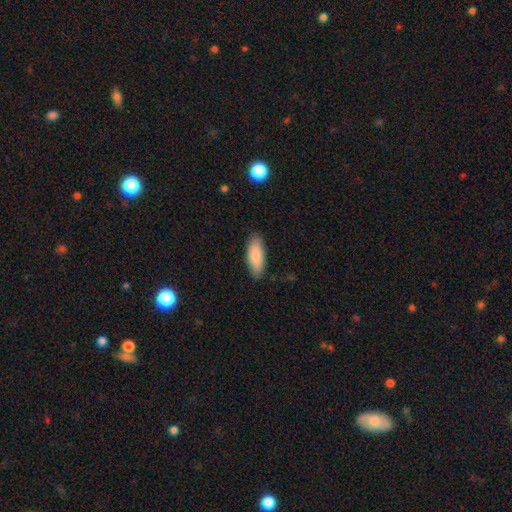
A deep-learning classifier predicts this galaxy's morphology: Smooth or featured: smooth — 86% (featured or disk — 9%)
How rounded: in between — 73% (cigar-shaped — 25%)
Merging: none — 86% (minor disturbance — 10%)